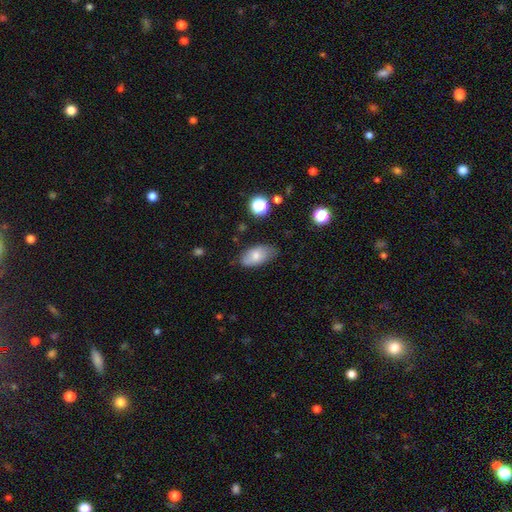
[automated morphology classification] This appears to be a smooth galaxy with no disk features (75%) that is in between round and cigar-shaped (92%). Merging: none (73%).